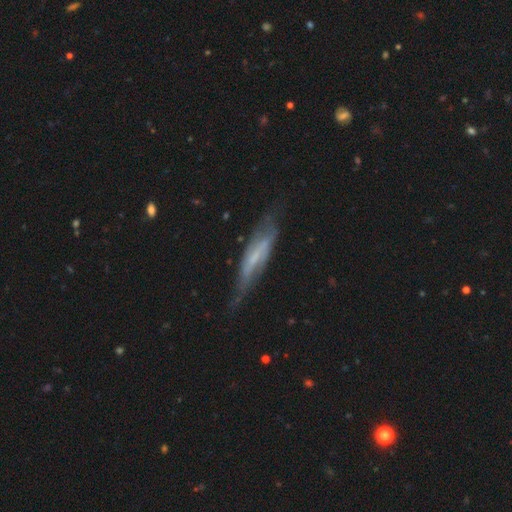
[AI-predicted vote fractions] Morphology: type=featured or disk (66%); edge-on=yes (54%); merging=none (56%).